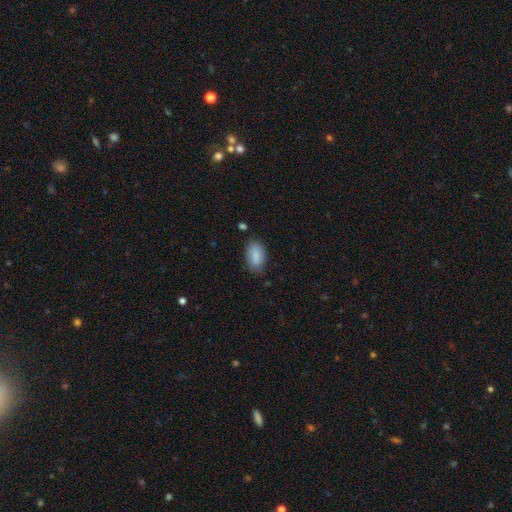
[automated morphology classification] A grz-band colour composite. It shows a smooth galaxy with no disk features (88%) that is in between round and cigar-shaped (93%). Merging: none (78%).